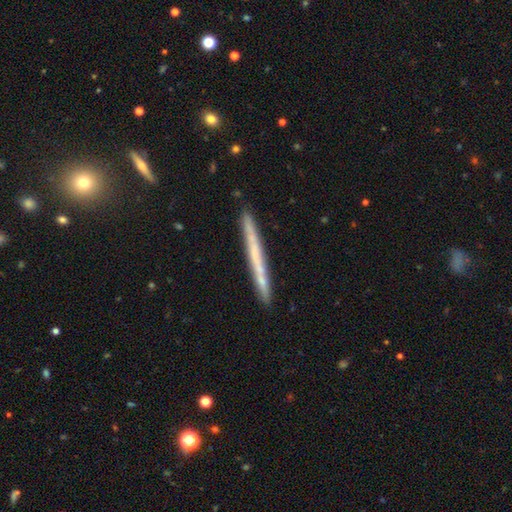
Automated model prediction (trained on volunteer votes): This is possibly a featured or disk galaxy (48%). Merging: clearly none (88%).